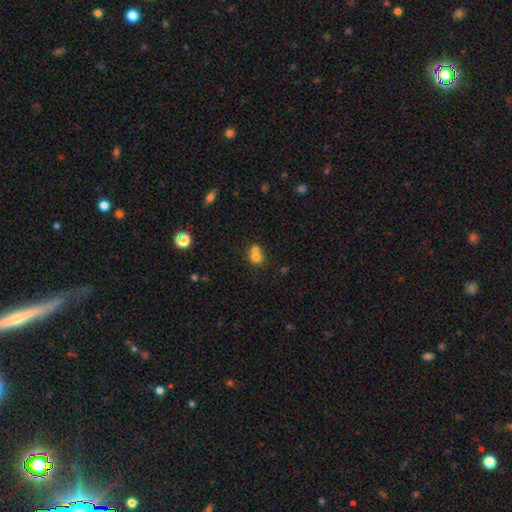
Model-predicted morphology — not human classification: Overall: smooth (71%). How rounded: round (76%). Merging: merger (59%; none 32%).